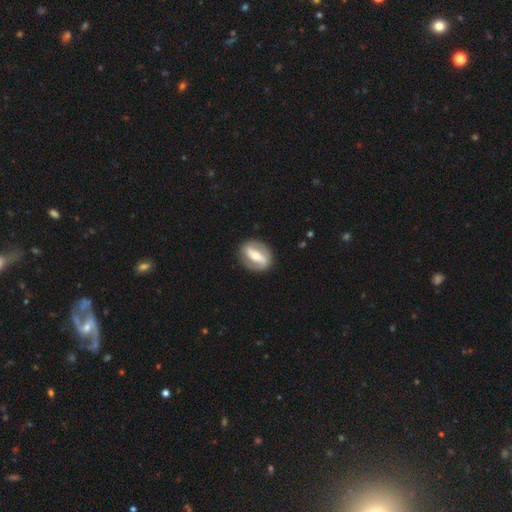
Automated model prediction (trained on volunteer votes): Smooth or featured? Predicted: featured or disk (p=0.72). Edge-on disk? Predicted: no (p=0.87). Bar? Predicted: strong (p=0.69). Spiral arms? Predicted: yes (p=0.57). Bulge size? Predicted: moderate (p=0.61). Merging? Predicted: none (p=0.85).